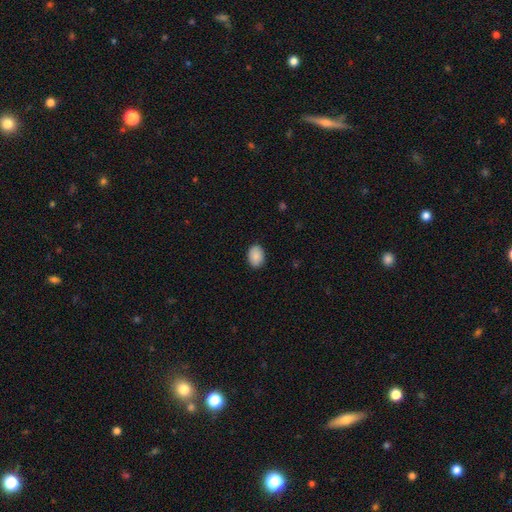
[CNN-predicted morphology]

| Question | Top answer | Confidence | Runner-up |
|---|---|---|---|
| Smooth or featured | smooth | 89% | star or artifact (7%) |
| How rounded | in between | 77% | round (22%) |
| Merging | none | 88% | minor disturbance (9%) |